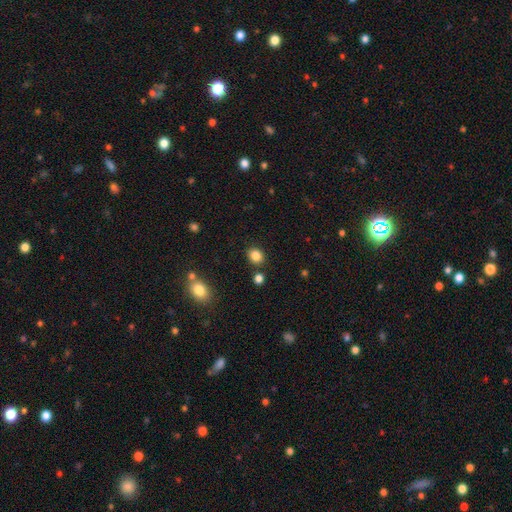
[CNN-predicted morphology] smooth_or_featured: smooth (p=0.84) [alt: star or artifact p=0.11]
how_rounded: round (p=0.63) [alt: in between p=0.36]
merging: none (p=0.83) [alt: minor disturbance p=0.09]